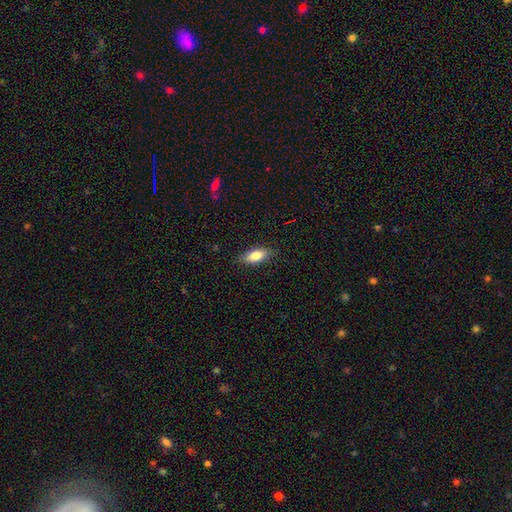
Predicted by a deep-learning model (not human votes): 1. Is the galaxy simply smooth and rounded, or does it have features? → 79% smooth, 14% featured or disk, 7% star or artifact.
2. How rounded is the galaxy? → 80% in between, 17% cigar-shaped, 3% round.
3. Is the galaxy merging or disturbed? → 85% none, 11% minor disturbance, 2% major disturbance, 1% merger.